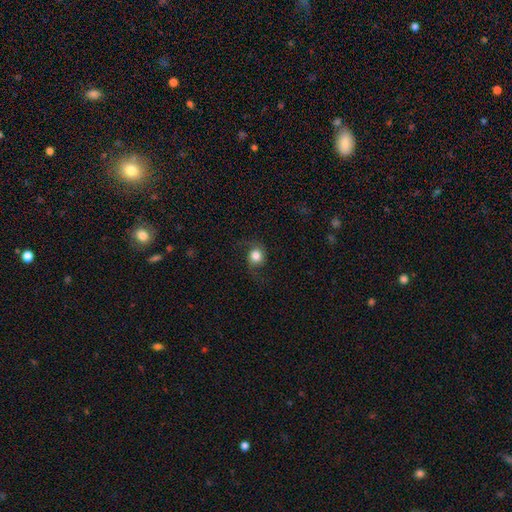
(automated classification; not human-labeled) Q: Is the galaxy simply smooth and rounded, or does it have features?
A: smooth — 63%.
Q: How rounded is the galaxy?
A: round — 76%.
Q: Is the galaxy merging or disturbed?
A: none — 64%.